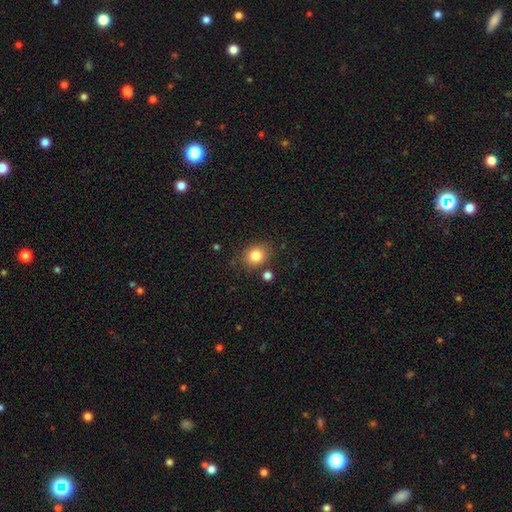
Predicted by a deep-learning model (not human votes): smooth-or-featured: smooth: 83% | star or artifact: 10% | featured or disk: 7%
  how-rounded: round: 59% | in between: 40% | cigar-shaped: 1%
  merging: none: 78% | minor disturbance: 12% | merger: 6% | major disturbance: 4%